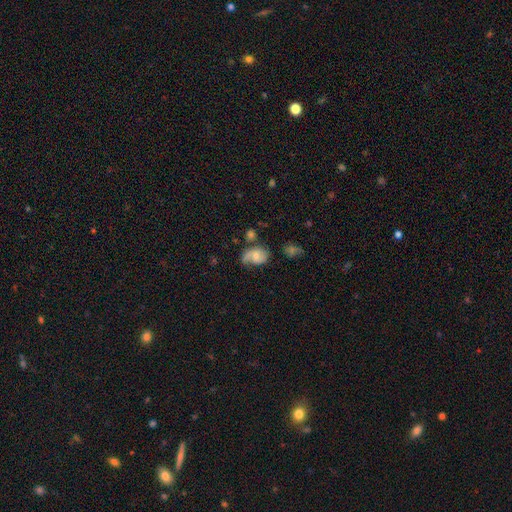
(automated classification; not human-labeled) smooth-or-featured: featured or disk: 50% | smooth: 41% | star or artifact: 9%
  disk-edge-on: no: 97% | yes: 3%
  merging: none: 43% | minor disturbance: 30% | major disturbance: 20% | merger: 7%